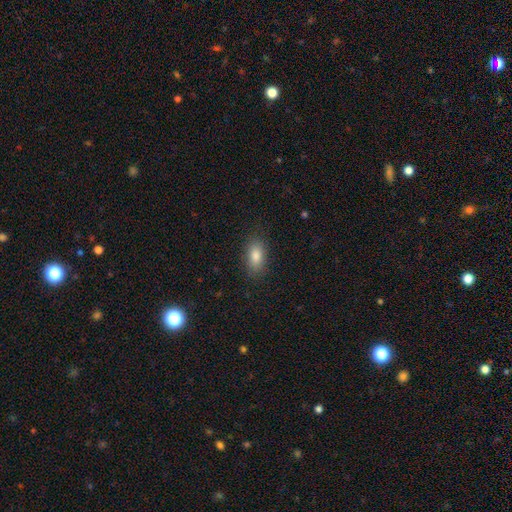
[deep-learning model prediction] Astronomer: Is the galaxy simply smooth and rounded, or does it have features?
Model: smooth — 83%.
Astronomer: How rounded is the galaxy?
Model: in between — 88%.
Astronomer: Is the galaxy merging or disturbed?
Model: none — 86%.